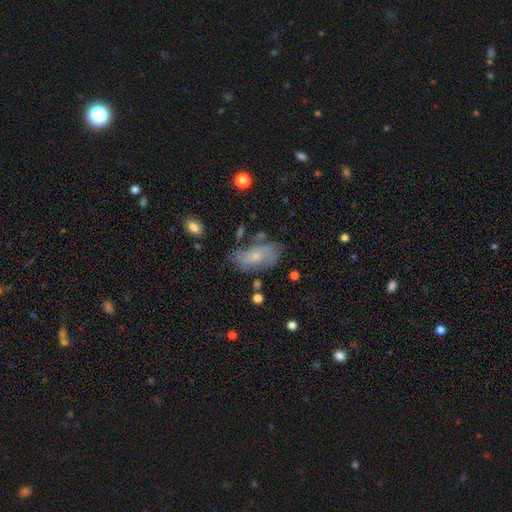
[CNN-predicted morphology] This is possibly a featured or disk galaxy (52%). It is clearly not viewed edge-on (92%). Merging: likely none (61%).